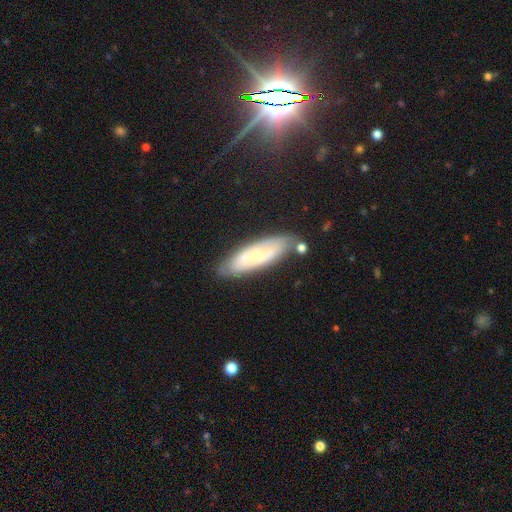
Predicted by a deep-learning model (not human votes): Smooth or featured? Predicted: smooth (p=0.46, tied with featured or disk). Merging? Predicted: none (p=0.75).